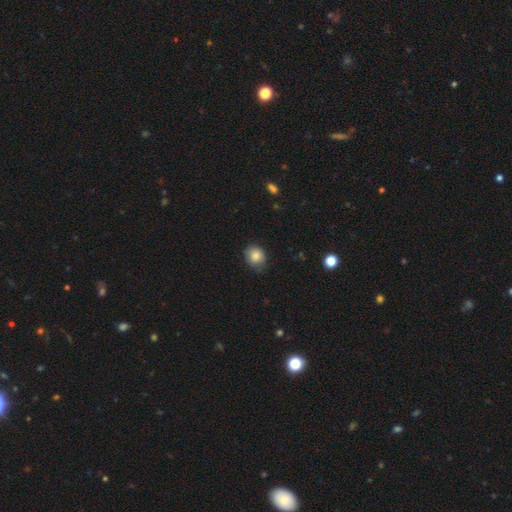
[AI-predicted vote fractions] A smooth galaxy with no disk features (85%) that is round (66%). Merging: none (72%).